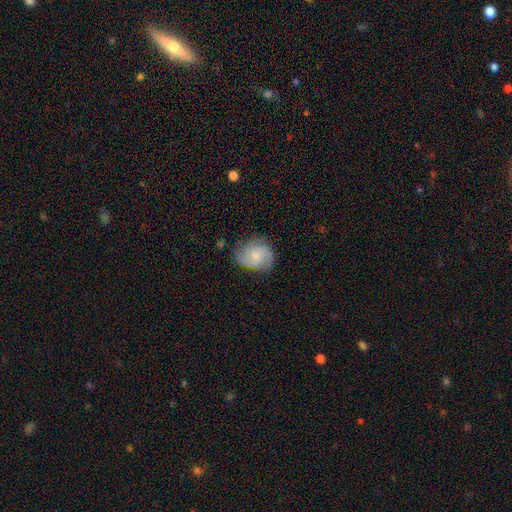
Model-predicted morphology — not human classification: smooth-or-featured: featured or disk: 61% | smooth: 32% | star or artifact: 7%
  disk-edge-on: no: 98% | yes: 2%
    bar: no: 57% | weak: 38% | strong: 5%
    has-spiral-arms: yes: 93% | no: 7%
      spiral-winding: medium: 48% | tight: 30% | loose: 22%
      spiral-arm-count: 2: 52% | 3: 22% | can't tell: 16% | 1: 4% | 4: 4% | more than 4: 3%
    bulge-size: small: 48% | moderate: 32% | none: 15% | large: 4% | dominant: 1%
  merging: none: 69% | minor disturbance: 22% | major disturbance: 8% | merger: 2%